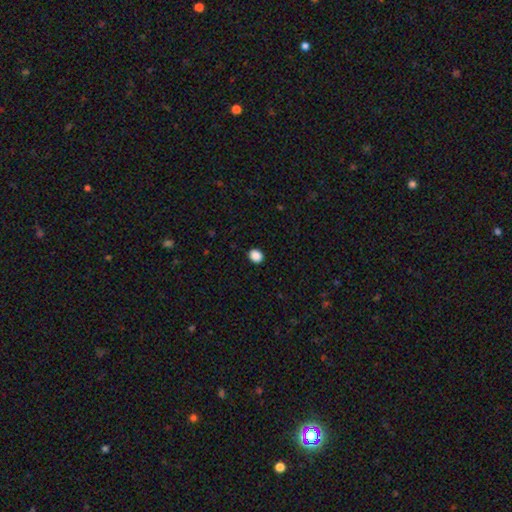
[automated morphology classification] Smooth or featured? smooth (88%)
How rounded? round (66%)
Merging? none (92%)